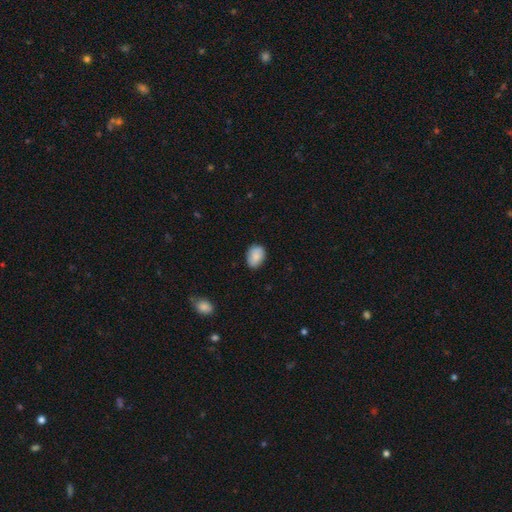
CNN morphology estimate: Overall: smooth (85%). How rounded: in between (73%). Merging: none (81%).